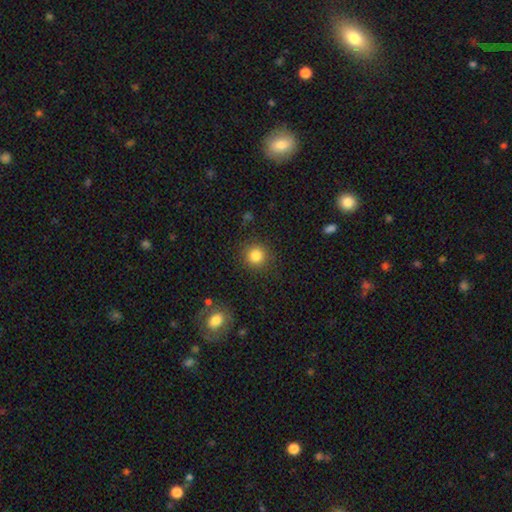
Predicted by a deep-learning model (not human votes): smooth-or-featured: smooth: 83% | star or artifact: 11% | featured or disk: 5%
  how-rounded: round: 93% | in between: 6% | cigar-shaped: 1%
  merging: none: 89% | minor disturbance: 7% | major disturbance: 3% | merger: 1%